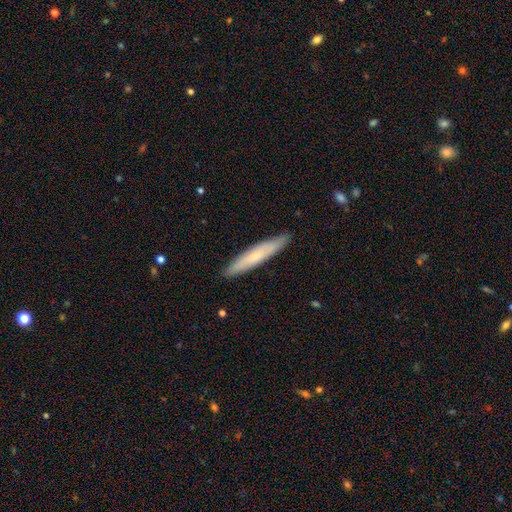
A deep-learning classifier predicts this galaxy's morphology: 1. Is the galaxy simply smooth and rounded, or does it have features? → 61% smooth, 34% featured or disk, 6% star or artifact.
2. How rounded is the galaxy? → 93% cigar-shaped, 6% in between, 1% round.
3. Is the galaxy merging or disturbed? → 89% none, 8% minor disturbance, 1% major disturbance, 1% merger.